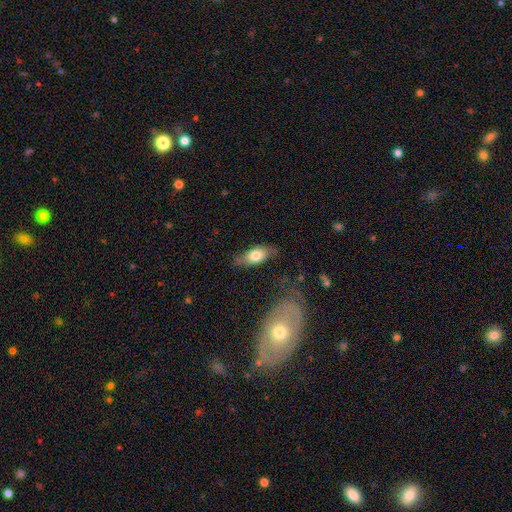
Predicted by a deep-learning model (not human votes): Smooth or featured? smooth (71%)
How rounded? in between (85%)
Merging? none (67%)